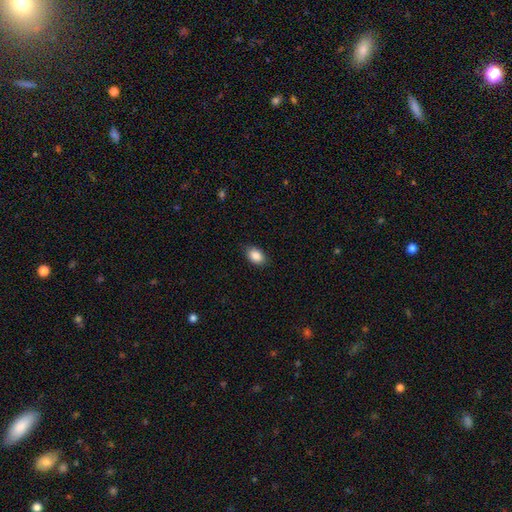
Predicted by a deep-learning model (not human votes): Smooth or featured? smooth (88%)
How rounded? in between (84%)
Merging? none (84%)